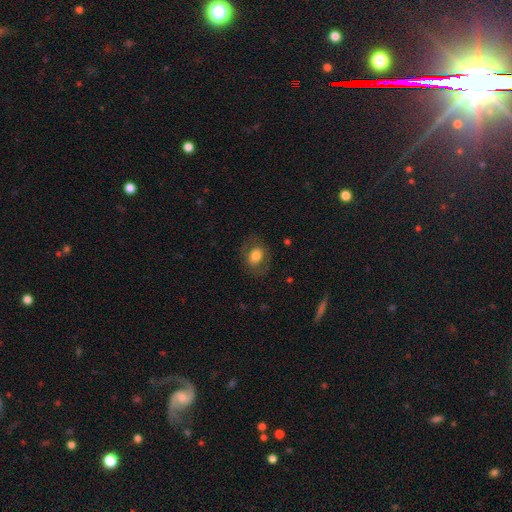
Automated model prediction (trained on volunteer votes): smooth-or-featured: smooth: 68% | featured or disk: 24% | star or artifact: 8%
  how-rounded: in between: 57% | round: 41% | cigar-shaped: 1%
  merging: none: 77% | minor disturbance: 14% | major disturbance: 8% | merger: 1%